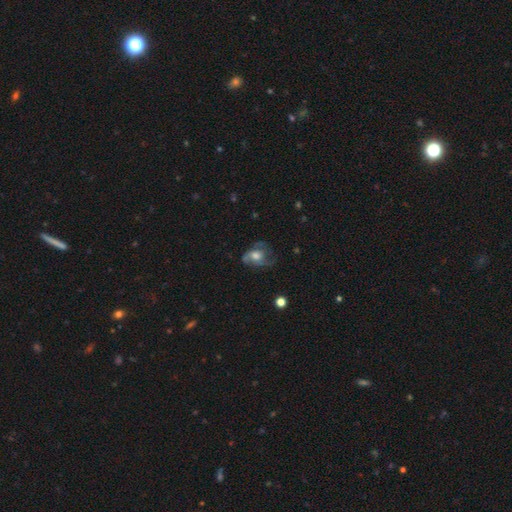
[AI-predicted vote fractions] The model was most divided on "merging": none: 48%, major disturbance: 26%, minor disturbance: 24%, merger: 2%. More confident: edge-on disk — no (96%); bar — no (76%); spiral arms — yes (75%); smooth or featured — featured or disk (58%); bulge size — moderate (54%).